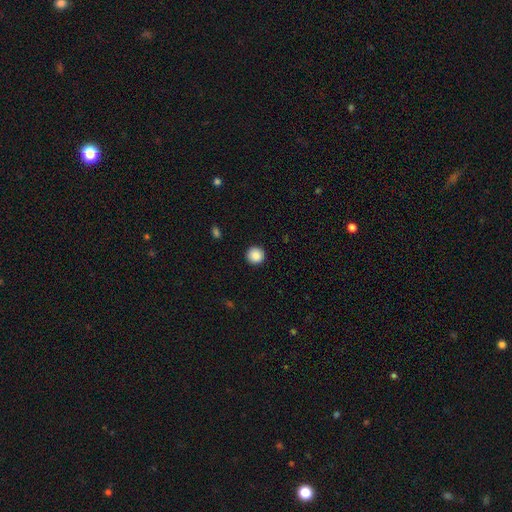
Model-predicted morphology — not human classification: The model was most divided on "smooth or featured": smooth: 88%, star or artifact: 9%, featured or disk: 4%. More confident: how rounded — round (95%); merging — none (93%).